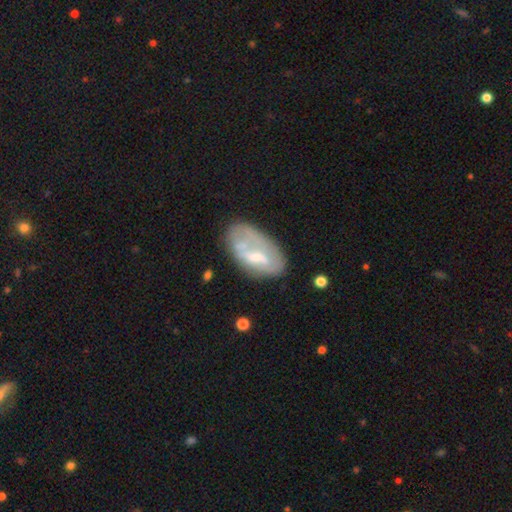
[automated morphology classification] A featured or disk galaxy (51%). Merging: none (46%).